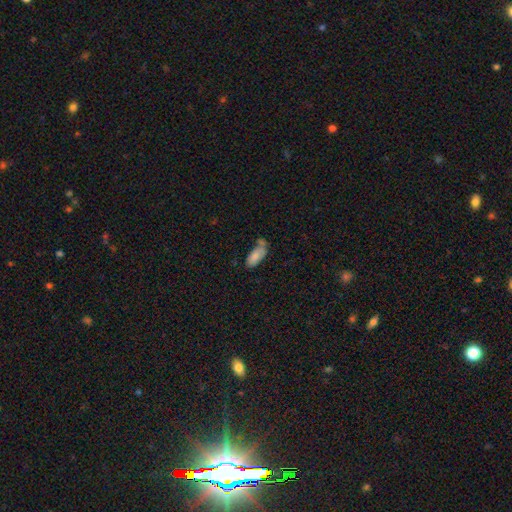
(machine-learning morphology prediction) Overall: smooth (81%). How rounded: in between (84%). Merging: none (41%; minor disturbance 25%).